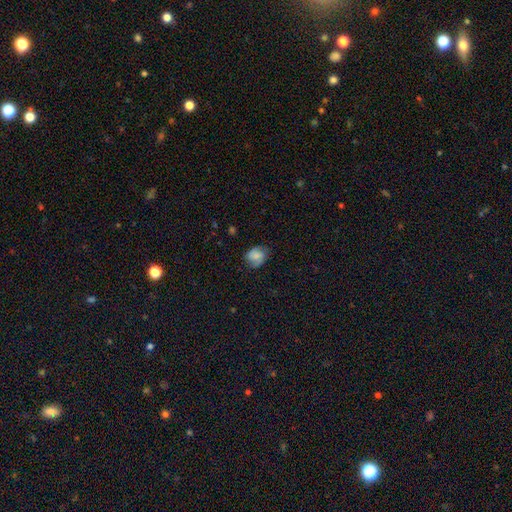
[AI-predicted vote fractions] Smooth or featured? smooth (63%)
How rounded? round (54%)
Merging? none (65%)